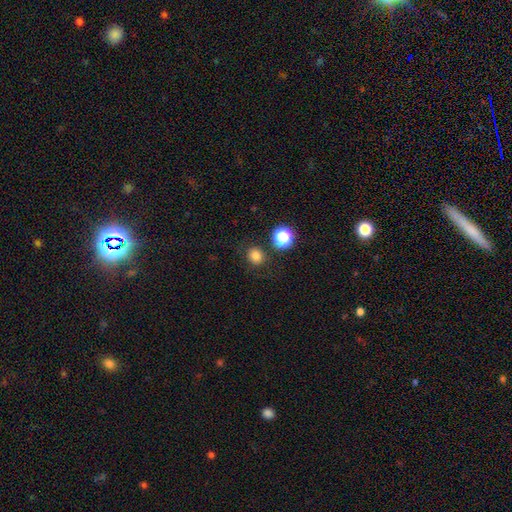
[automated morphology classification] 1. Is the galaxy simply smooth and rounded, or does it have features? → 80% smooth, 15% star or artifact, 5% featured or disk.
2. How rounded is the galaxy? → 84% round, 15% in between, 1% cigar-shaped.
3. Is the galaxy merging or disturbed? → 84% none, 8% minor disturbance, 4% merger, 3% major disturbance.